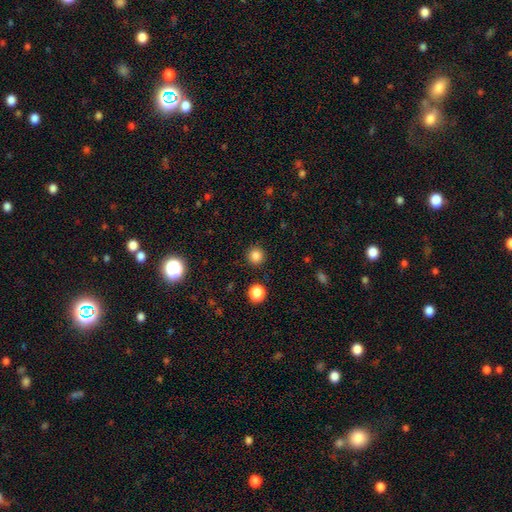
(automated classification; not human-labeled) Smooth or featured: smooth — 83% (star or artifact — 13%)
How rounded: round — 94% (in between — 5%)
Merging: none — 91% (minor disturbance — 5%)